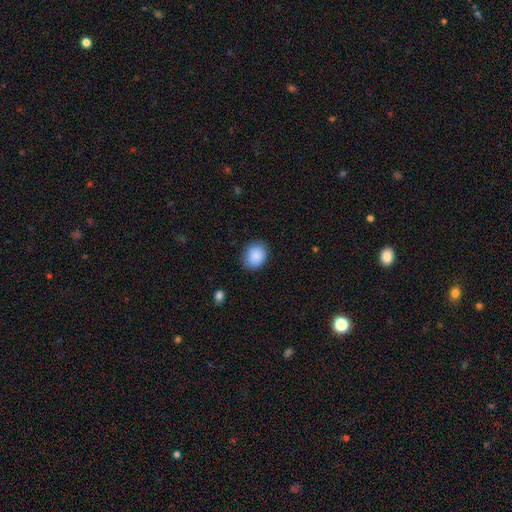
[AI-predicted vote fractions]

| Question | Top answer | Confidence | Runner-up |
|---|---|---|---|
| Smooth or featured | smooth | 88% | star or artifact (7%) |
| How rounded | round | 54% | in between (45%) |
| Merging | none | 81% | minor disturbance (14%) |